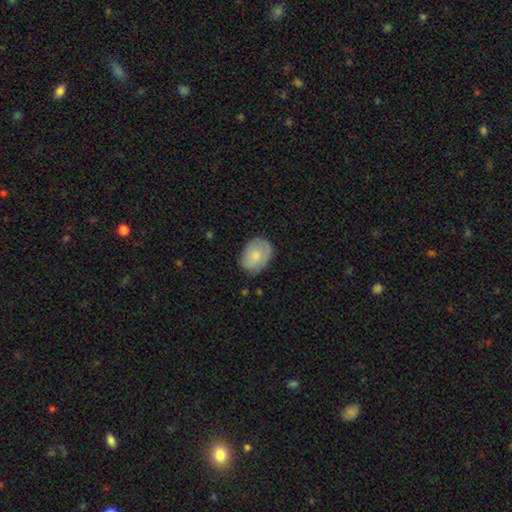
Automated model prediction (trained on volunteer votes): This is likely a smooth galaxy (75%). How rounded: likely in between (65%). Merging: likely none (76%).